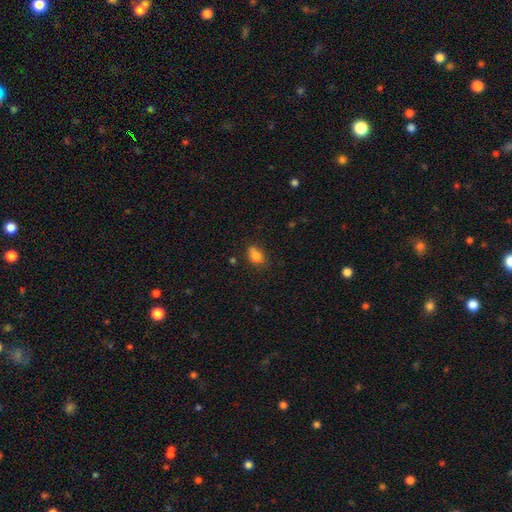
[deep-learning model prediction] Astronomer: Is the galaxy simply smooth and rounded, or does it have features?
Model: smooth — 79%.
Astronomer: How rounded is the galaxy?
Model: in between — 77%.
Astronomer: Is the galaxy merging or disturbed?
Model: none — 61%.